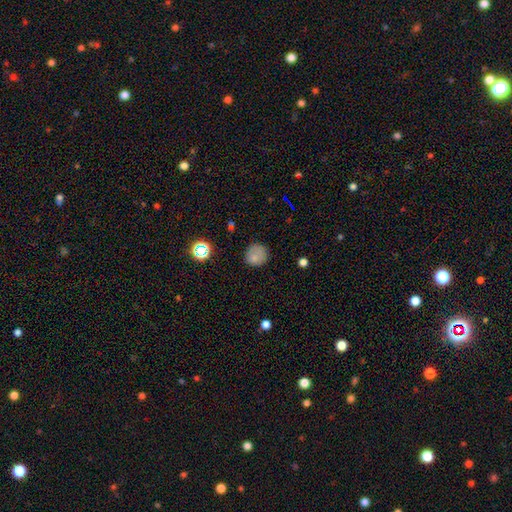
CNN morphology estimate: Smooth or featured: smooth — 77% (star or artifact — 15%)
How rounded: round — 90% (in between — 9%)
Merging: none — 79% (minor disturbance — 15%)